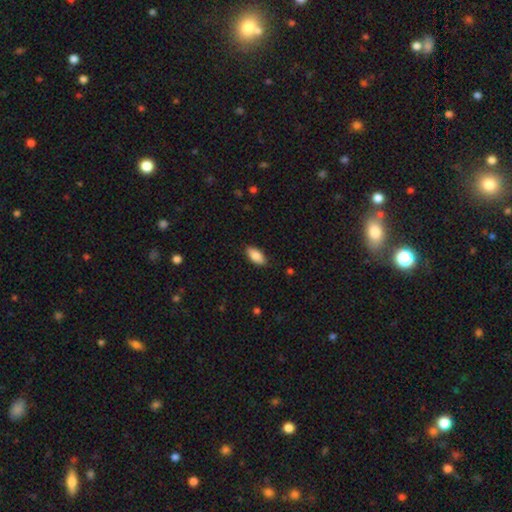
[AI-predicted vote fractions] smooth 85%, featured or disk 9%, star or artifact 7%. Down the decision tree: how rounded — in between (90%); merging — none (86%).